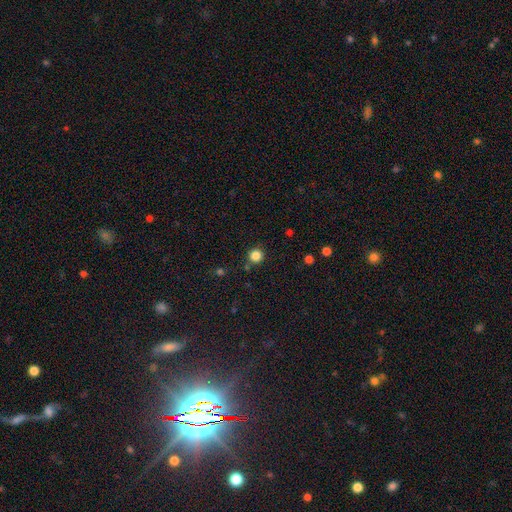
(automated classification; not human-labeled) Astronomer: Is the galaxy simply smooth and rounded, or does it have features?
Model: smooth — 84%.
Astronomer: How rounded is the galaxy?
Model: round — 94%.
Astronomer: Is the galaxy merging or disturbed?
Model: none — 86%.